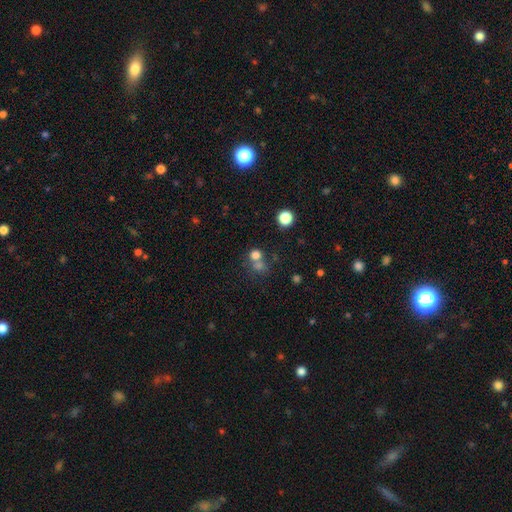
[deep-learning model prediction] This is likely a smooth galaxy (71%). How rounded: clearly round (82%). Merging: possibly none (47%).